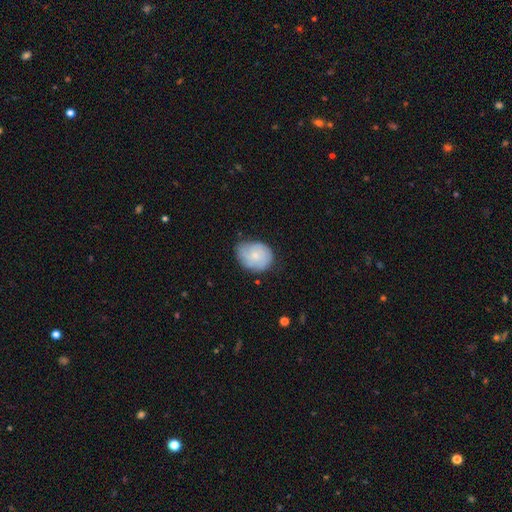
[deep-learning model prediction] A smooth galaxy with no disk features (61%) that is in between round and cigar-shaped (56%).

Vote fractions:
- Smooth or featured? smooth: 61% / featured or disk: 32% / star or artifact: 7%
- How rounded? in between: 56% / round: 43% / cigar-shaped: 1%
- Merging? none: 62% / minor disturbance: 30% / major disturbance: 7% / merger: 2%